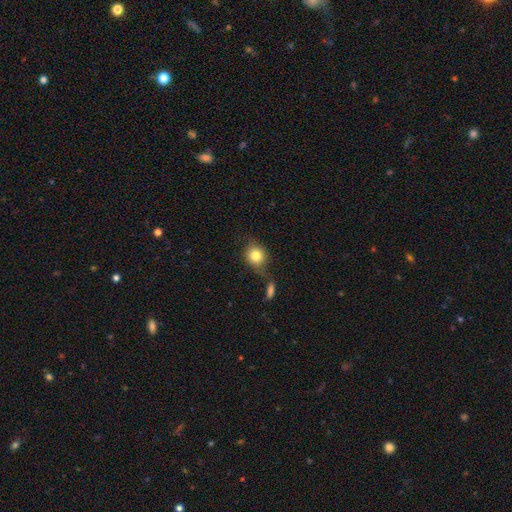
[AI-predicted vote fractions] Smooth or featured? Predicted: smooth (p=0.81). How rounded? Predicted: round (p=0.70). Merging? Predicted: none (p=0.59).